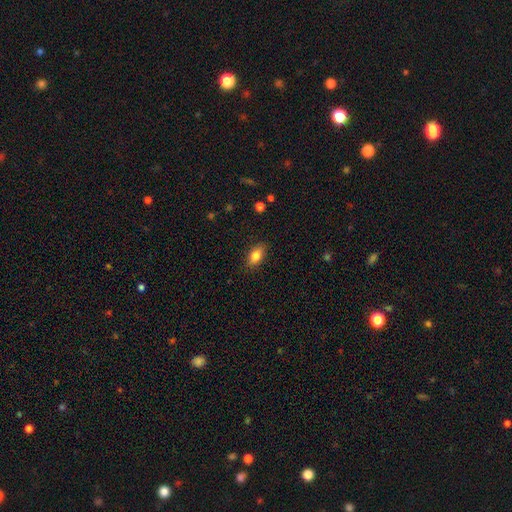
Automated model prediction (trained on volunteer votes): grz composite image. It shows a smooth galaxy with no disk features (83%) that is in between round and cigar-shaped (87%). Merging: none (86%).